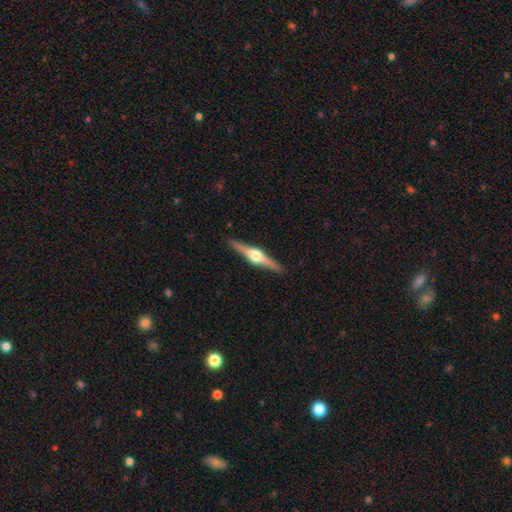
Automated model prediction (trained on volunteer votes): Overall: featured or disk (81%). Edge-on disk: yes (98%). Edge-on bulge: rounded (95%). Merging: none (92%).